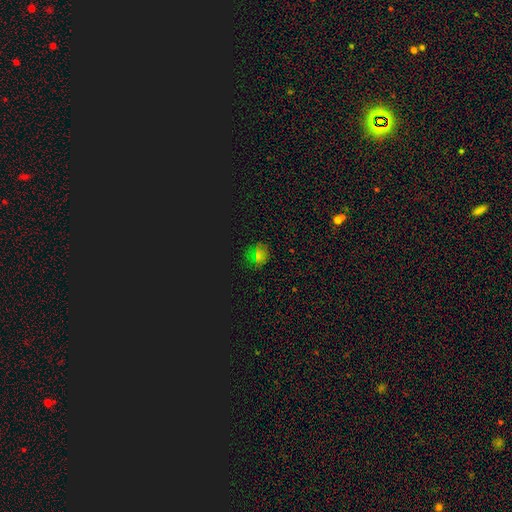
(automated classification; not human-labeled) A star or artifact, not a galaxy (48%).

Vote fractions:
- Smooth or featured? star or artifact: 48% / smooth: 44% / featured or disk: 8%